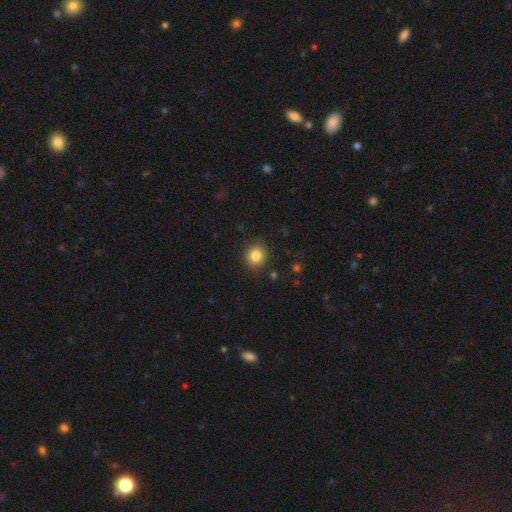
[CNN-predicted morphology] smooth_or_featured: smooth (p=0.84) [alt: star or artifact p=0.11]
how_rounded: round (p=0.86) [alt: in between p=0.13]
merging: none (p=0.88) [alt: minor disturbance p=0.08]